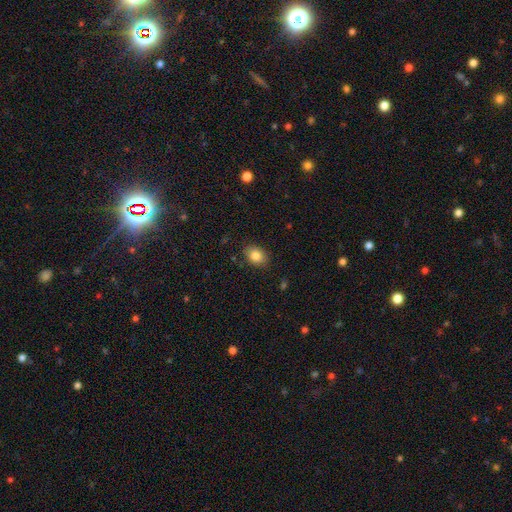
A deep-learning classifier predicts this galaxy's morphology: Overall: smooth (84%). How rounded: in between (74%). Merging: none (85%).